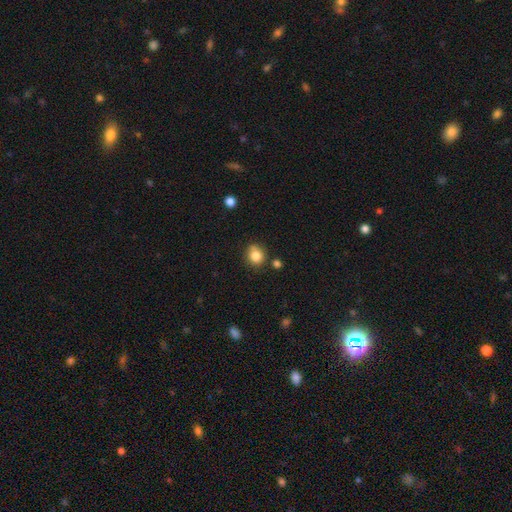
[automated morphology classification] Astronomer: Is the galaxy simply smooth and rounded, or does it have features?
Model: smooth — 83%.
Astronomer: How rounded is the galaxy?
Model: round — 79%.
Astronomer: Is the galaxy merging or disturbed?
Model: none — 72%.